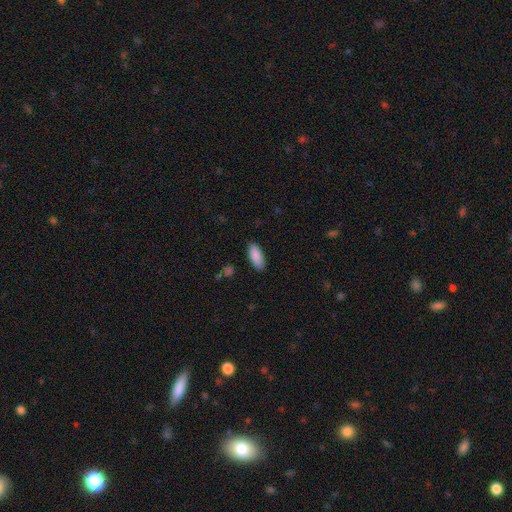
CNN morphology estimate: smooth-or-featured: smooth: 90% | star or artifact: 6% | featured or disk: 4%
  how-rounded: in between: 83% | cigar-shaped: 15% | round: 2%
  merging: none: 87% | minor disturbance: 9% | major disturbance: 2% | merger: 1%